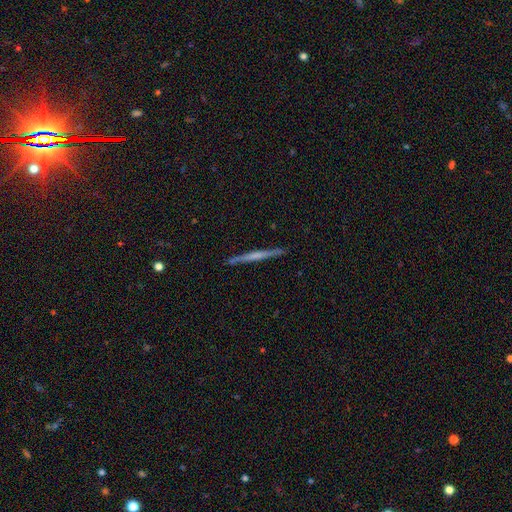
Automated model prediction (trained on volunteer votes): Morphology: type=featured or disk (62%); edge-on=yes (98%); edge-on bulge=none (62%); merging=none (91%).